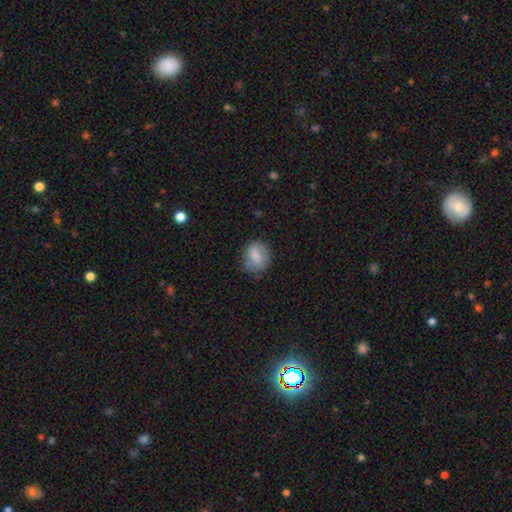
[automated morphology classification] smooth 76%, featured or disk 16%, star or artifact 8%. Down the decision tree: how rounded — round (57%); merging — none (64%).